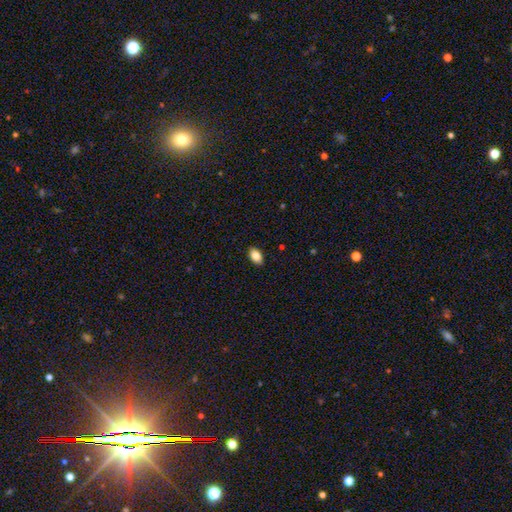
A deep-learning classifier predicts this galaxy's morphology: This appears to be a smooth galaxy with no disk features (84%) that is in between round and cigar-shaped (90%). Merging: none (89%).